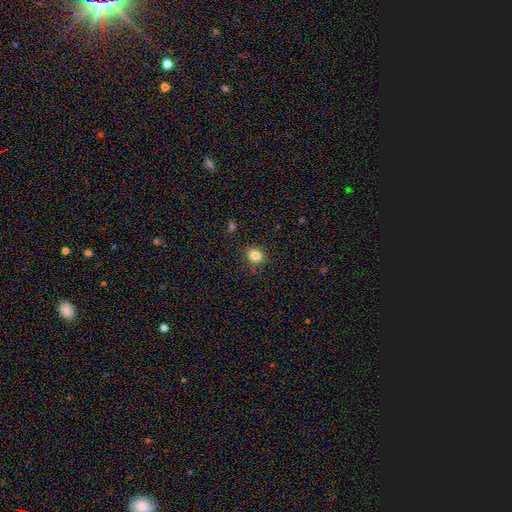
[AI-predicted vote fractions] Smooth or featured: smooth — 83% (star or artifact — 12%)
How rounded: round — 70% (in between — 29%)
Merging: none — 85% (minor disturbance — 11%)